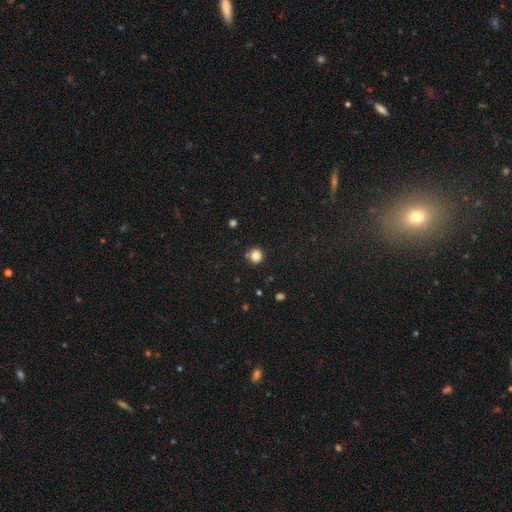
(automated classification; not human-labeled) smooth 83%, star or artifact 12%, featured or disk 5%. Down the decision tree: how rounded — round (92%); merging — none (84%).